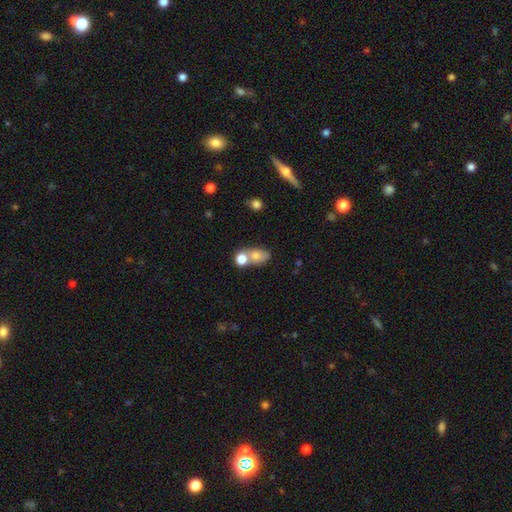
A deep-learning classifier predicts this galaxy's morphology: A smooth galaxy with no disk features (72%) that is in between round and cigar-shaped (69%). Merging: merger (46%).